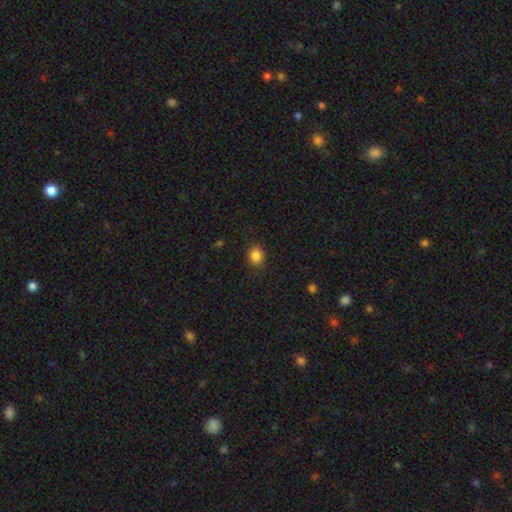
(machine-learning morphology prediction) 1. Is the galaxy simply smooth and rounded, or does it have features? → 85% smooth, 11% star or artifact, 4% featured or disk.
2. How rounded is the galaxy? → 70% round, 30% in between, 1% cigar-shaped.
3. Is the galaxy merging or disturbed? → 86% none, 10% minor disturbance, 3% major disturbance, 1% merger.